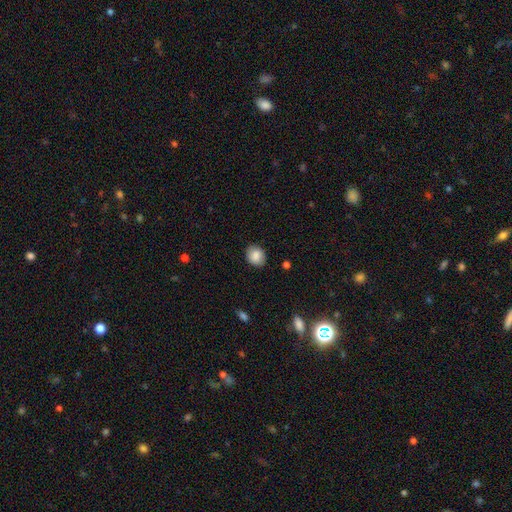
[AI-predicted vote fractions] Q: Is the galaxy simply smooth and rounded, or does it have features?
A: smooth — 85%.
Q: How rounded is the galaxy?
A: round — 58%.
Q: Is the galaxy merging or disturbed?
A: none — 85%.